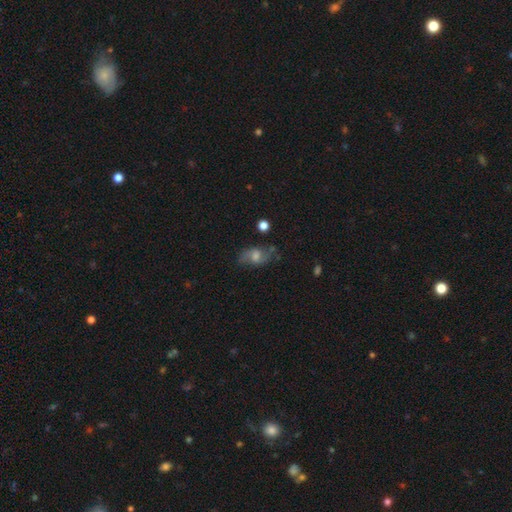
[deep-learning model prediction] The model was most divided on "bar": no: 49%, weak: 42%, strong: 9%. Remaining: edge-on disk — no (94%); spiral arms — yes (87%); spiral arm count — 2 (86%); merging — none (72%); smooth or featured — featured or disk (62%); bulge size — moderate (51%); spiral winding — loose (50%).